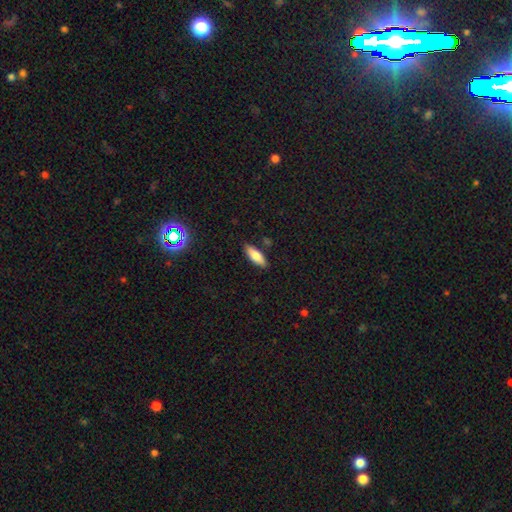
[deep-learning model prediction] Smooth or featured? smooth (78%)
How rounded? in between (65%)
Merging? none (86%)